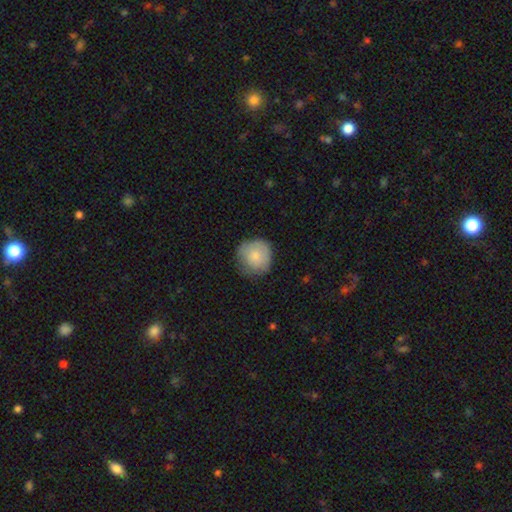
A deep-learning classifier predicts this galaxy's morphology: A smooth galaxy with no disk features (79%) that is round (92%). Merging: none (71%).